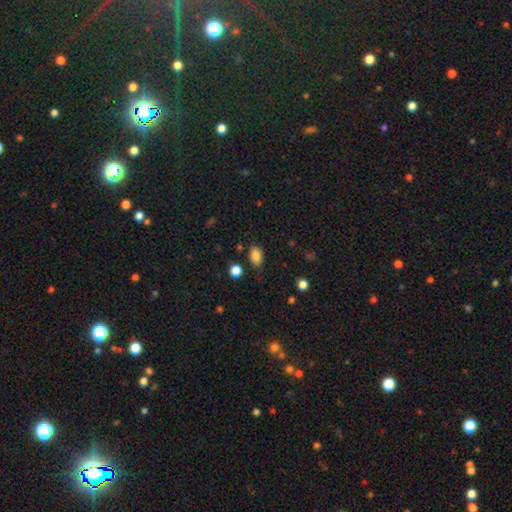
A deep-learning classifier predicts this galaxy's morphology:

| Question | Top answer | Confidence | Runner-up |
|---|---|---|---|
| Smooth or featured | smooth | 85% | star or artifact (10%) |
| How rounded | in between | 87% | round (11%) |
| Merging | none | 79% | minor disturbance (15%) |